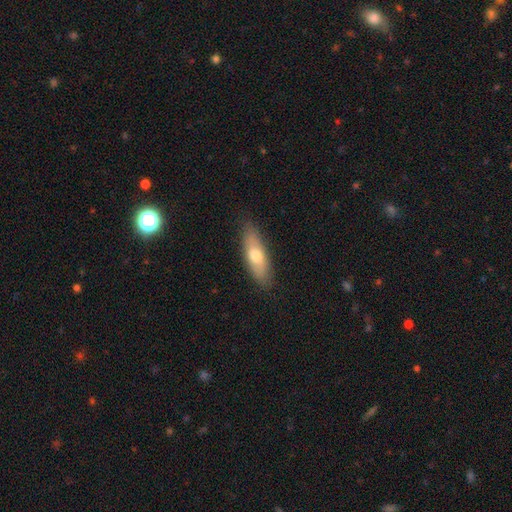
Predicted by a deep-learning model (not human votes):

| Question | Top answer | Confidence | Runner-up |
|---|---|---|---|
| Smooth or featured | smooth | 67% | featured or disk (27%) |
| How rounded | in between | 55% | cigar-shaped (43%) |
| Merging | none | 84% | minor disturbance (12%) |